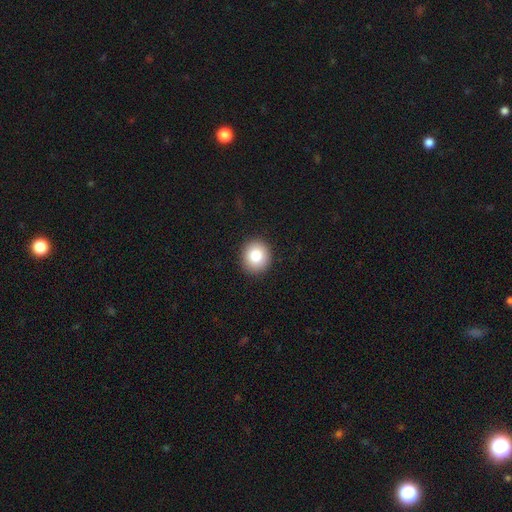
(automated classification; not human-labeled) Smooth or featured? smooth (85%)
How rounded? round (84%)
Merging? none (91%)